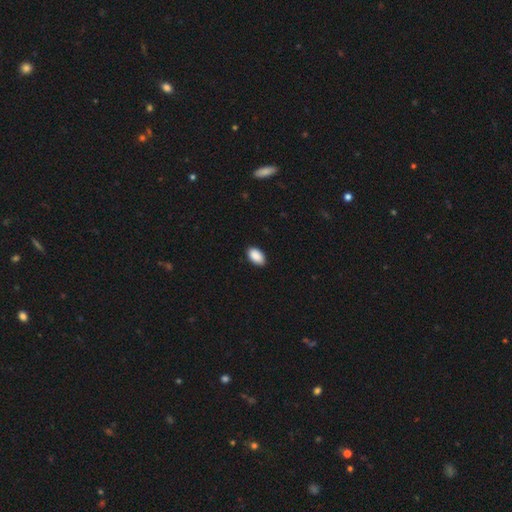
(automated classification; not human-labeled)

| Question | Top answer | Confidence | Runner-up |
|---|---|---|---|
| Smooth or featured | smooth | 91% | star or artifact (7%) |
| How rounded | in between | 94% | round (4%) |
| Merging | none | 87% | minor disturbance (10%) |